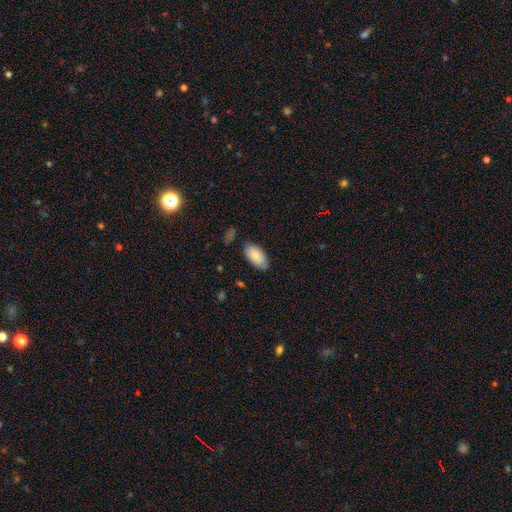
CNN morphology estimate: Q: Smooth or featured?
A: smooth (84%); runner-up: featured or disk (9%)
Q: How rounded?
A: in between (95%); runner-up: cigar-shaped (3%)
Q: Merging?
A: none (77%); runner-up: minor disturbance (18%)